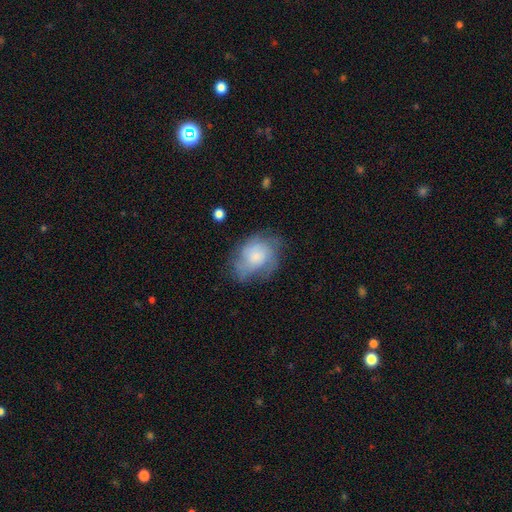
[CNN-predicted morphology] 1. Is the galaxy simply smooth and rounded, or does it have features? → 50% smooth, 41% featured or disk, 9% star or artifact.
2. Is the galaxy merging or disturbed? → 53% none, 28% minor disturbance, 17% major disturbance, 2% merger.